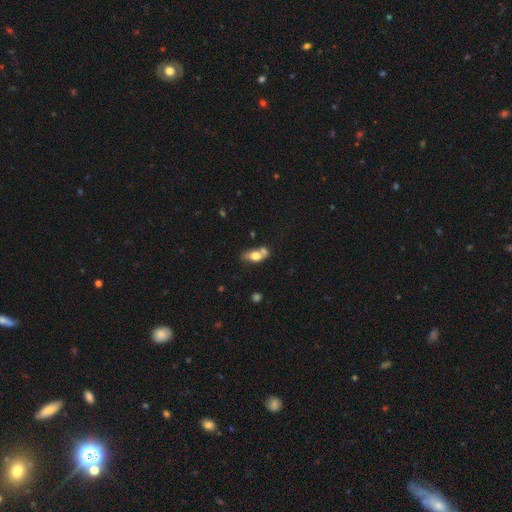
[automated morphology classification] type=smooth (65%); roundness=in between (78%); merging=none (40%).